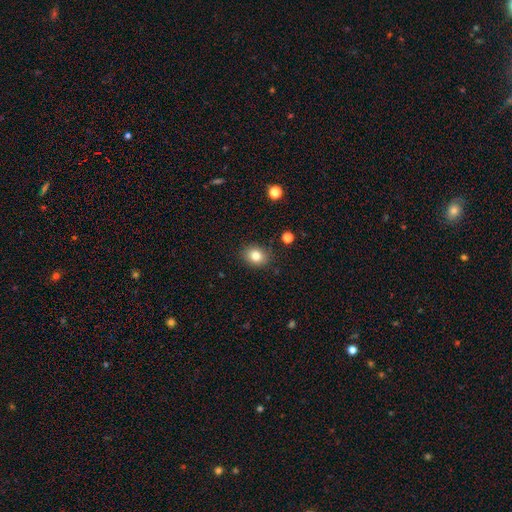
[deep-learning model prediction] This is clearly a smooth galaxy (81%). How rounded: possibly round (50%). Merging: clearly none (86%).